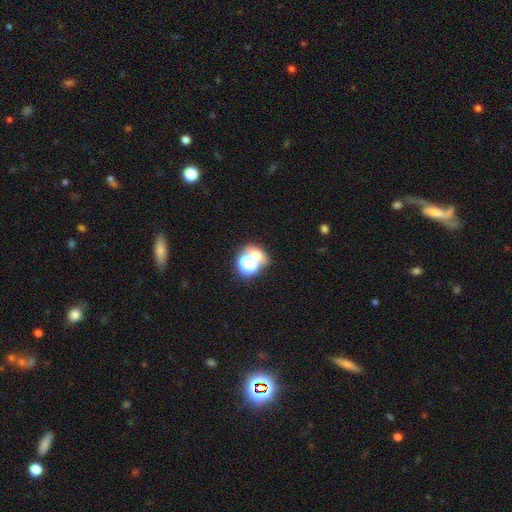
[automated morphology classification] This appears to be a smooth galaxy with no disk features (48%). Merging: none (52%).